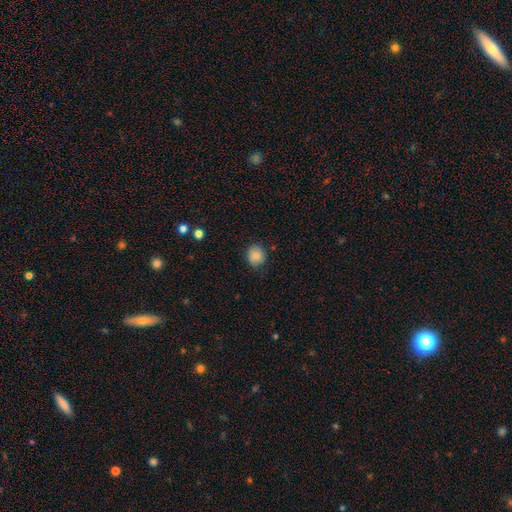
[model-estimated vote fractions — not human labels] smooth 86%, star or artifact 9%, featured or disk 5%. Down the decision tree: how rounded — round (80%); merging — none (82%).